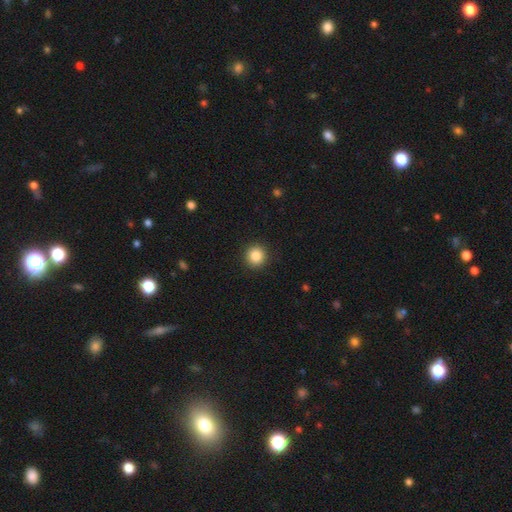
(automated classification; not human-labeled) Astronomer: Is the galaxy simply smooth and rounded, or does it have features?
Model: smooth — 87%.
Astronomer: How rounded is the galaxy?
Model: round — 93%.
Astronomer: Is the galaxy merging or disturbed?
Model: none — 92%.